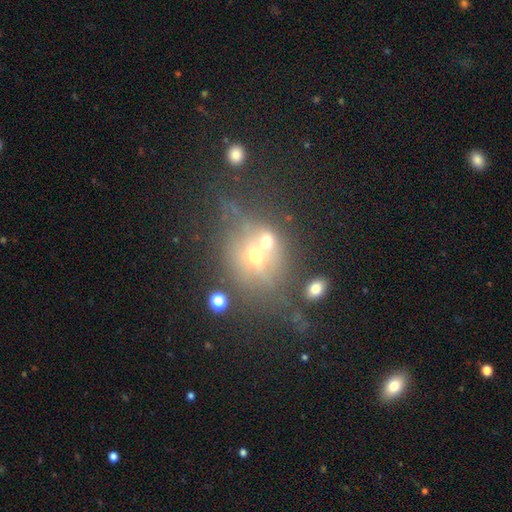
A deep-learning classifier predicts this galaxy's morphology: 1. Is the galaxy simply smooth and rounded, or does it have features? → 42% smooth, 32% featured or disk, 26% star or artifact.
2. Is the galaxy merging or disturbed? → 41% merger, 39% none, 11% minor disturbance, 9% major disturbance.